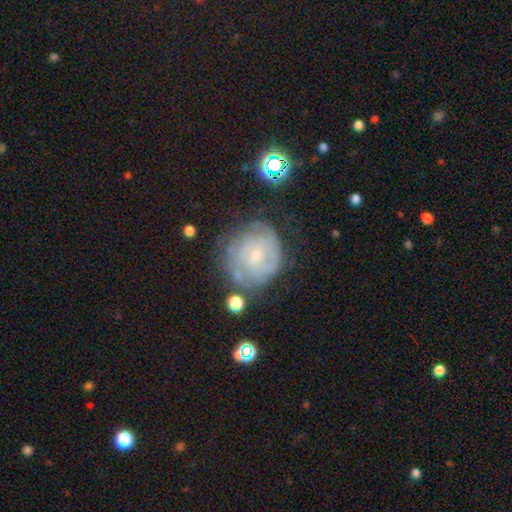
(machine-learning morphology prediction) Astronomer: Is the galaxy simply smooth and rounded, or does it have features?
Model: featured or disk — 64%.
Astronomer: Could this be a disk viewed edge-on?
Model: no — 97%.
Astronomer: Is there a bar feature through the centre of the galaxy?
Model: no — 58% (runner-up: weak, 37%).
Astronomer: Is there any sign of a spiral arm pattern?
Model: yes — 77%.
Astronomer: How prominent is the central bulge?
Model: small — 60%.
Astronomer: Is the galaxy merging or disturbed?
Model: none — 62%.